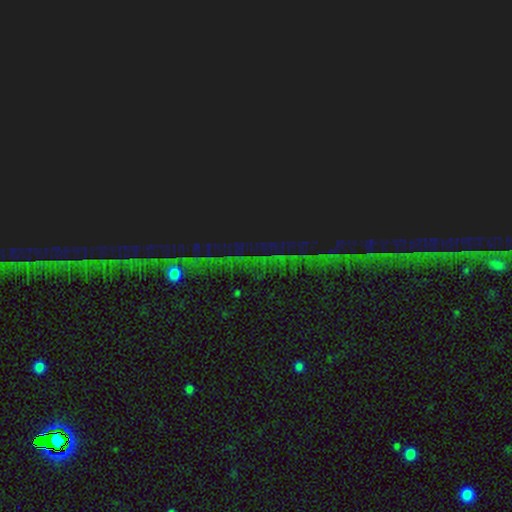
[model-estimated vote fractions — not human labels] Q: Smooth or featured?
A: star or artifact (83%); runner-up: smooth (9%)